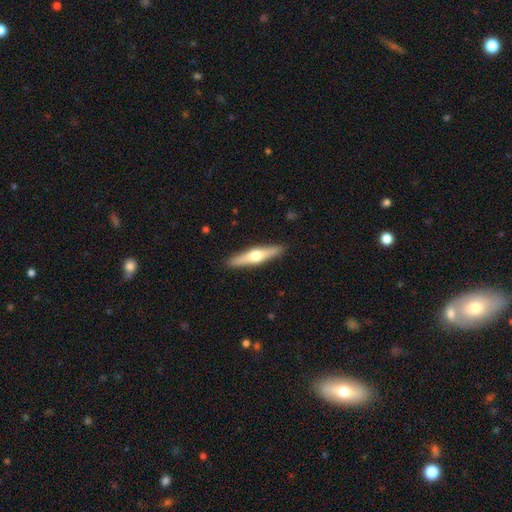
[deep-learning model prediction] Smooth or featured? Predicted: featured or disk (p=0.59). Edge-on disk? Predicted: yes (p=0.96). Edge-on bulge? Predicted: rounded (p=0.94). Merging? Predicted: none (p=0.91).